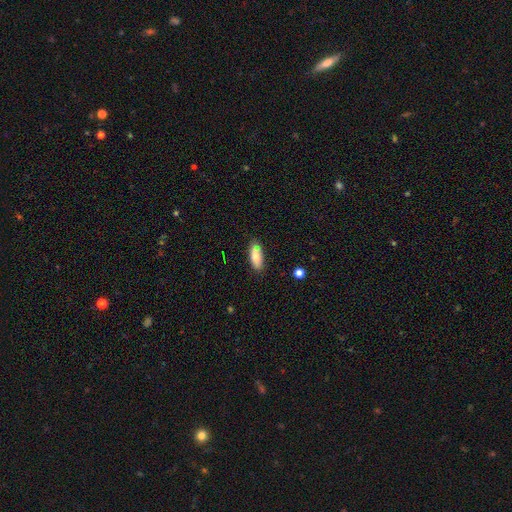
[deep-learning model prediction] Smooth or featured: smooth — 79% (featured or disk — 14%)
How rounded: in between — 74% (cigar-shaped — 24%)
Merging: none — 70% (minor disturbance — 17%)